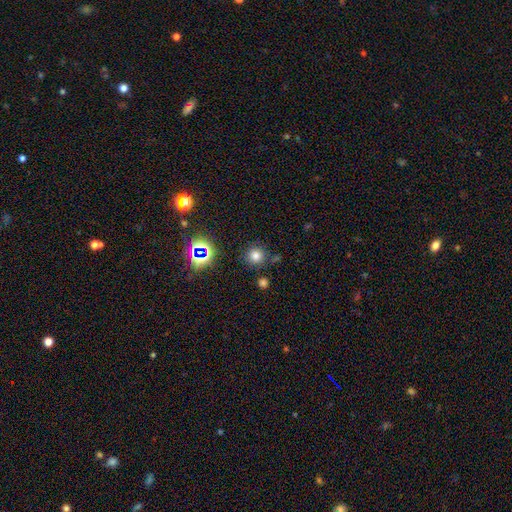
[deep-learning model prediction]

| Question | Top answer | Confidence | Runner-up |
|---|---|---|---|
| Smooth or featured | smooth | 73% | star or artifact (21%) |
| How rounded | round | 94% | in between (5%) |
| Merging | none | 84% | minor disturbance (8%) |